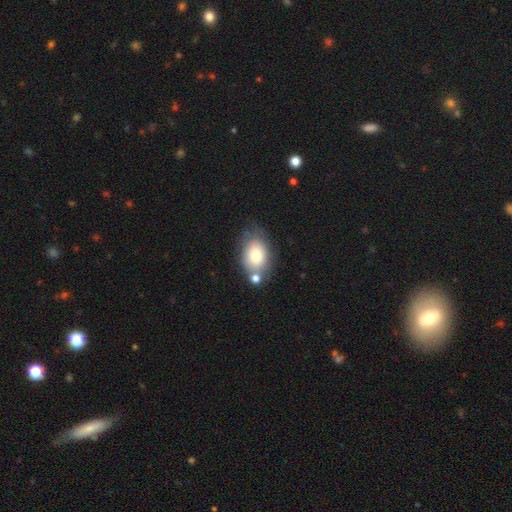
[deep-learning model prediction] A smooth galaxy with no disk features (75%) that is in between round and cigar-shaped (82%). Merging: none (54%).